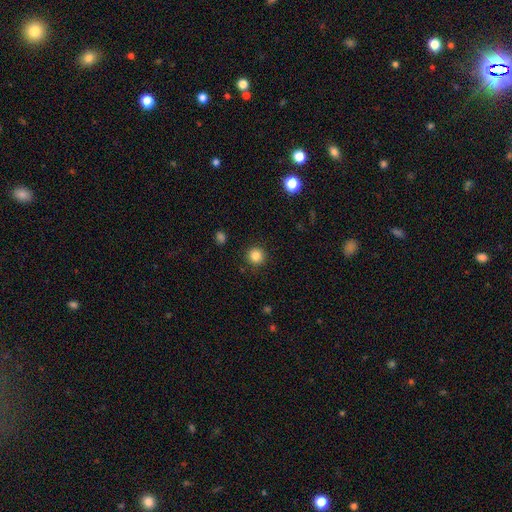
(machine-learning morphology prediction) Q: Smooth or featured?
A: smooth (84%); runner-up: star or artifact (11%)
Q: How rounded?
A: round (95%); runner-up: in between (4%)
Q: Merging?
A: none (91%); runner-up: minor disturbance (6%)